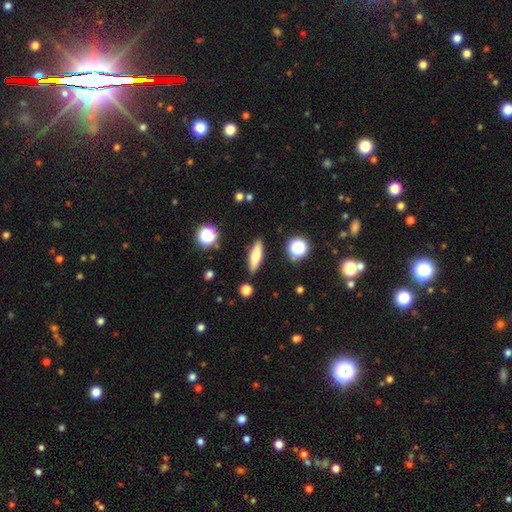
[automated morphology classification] This is likely a smooth galaxy (64%). How rounded: likely cigar-shaped (64%). Merging: clearly none (87%).